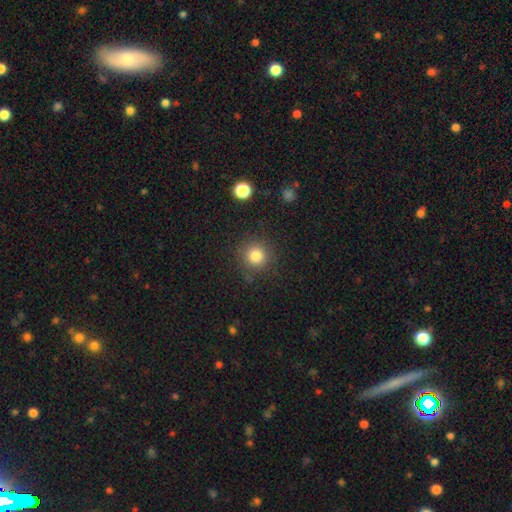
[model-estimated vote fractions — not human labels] smooth-or-featured: smooth: 82% | star or artifact: 12% | featured or disk: 6%
  how-rounded: round: 93% | in between: 6% | cigar-shaped: 1%
  merging: none: 87% | minor disturbance: 8% | major disturbance: 3% | merger: 2%